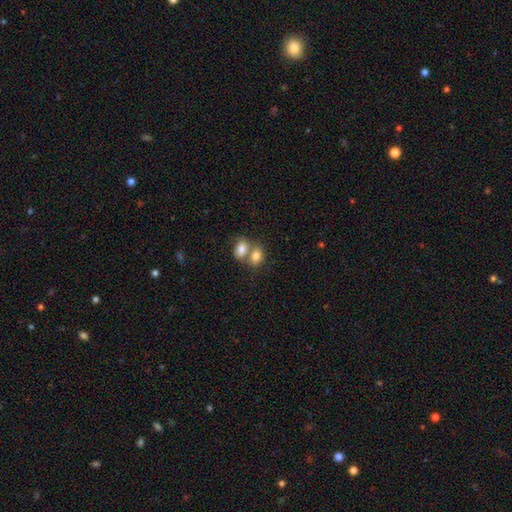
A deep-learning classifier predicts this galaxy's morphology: The model was most divided on "merging": merger: 62%, none: 27%, minor disturbance: 7%, major disturbance: 3%. More confident: smooth or featured — smooth (80%); how rounded — in between (76%).